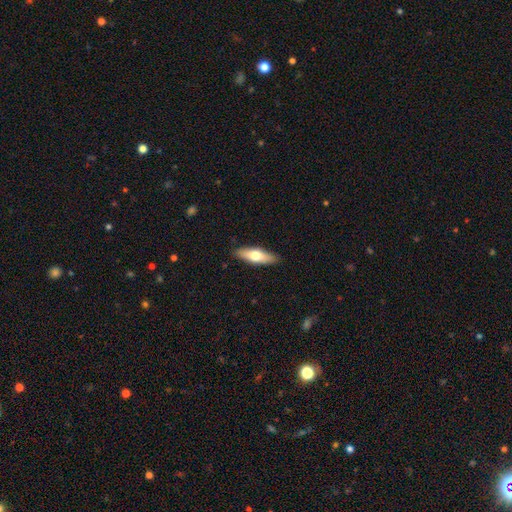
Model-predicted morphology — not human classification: Smooth or featured? Predicted: smooth (p=0.61). How rounded? Predicted: in between (p=0.52). Merging? Predicted: none (p=0.89).